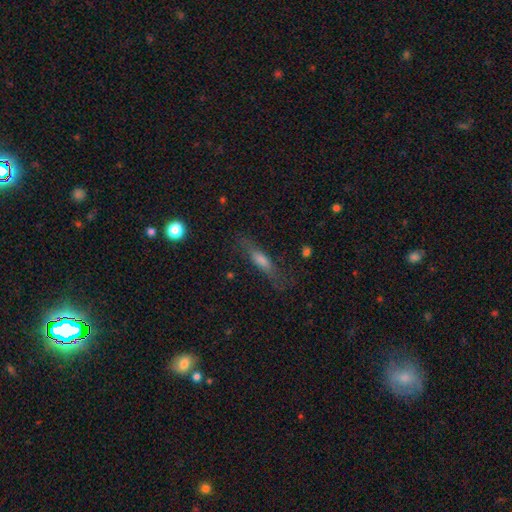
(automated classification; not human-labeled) featured or disk 48%, smooth 34%, star or artifact 18%. Down the decision tree: merging — none (76%).